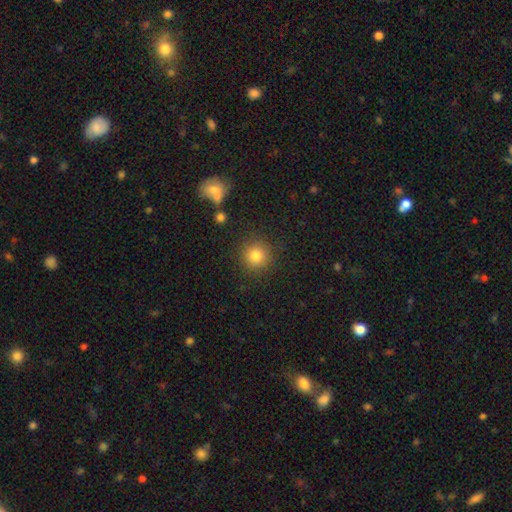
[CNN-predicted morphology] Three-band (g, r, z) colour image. It shows a smooth galaxy with no disk features (81%) that is round (93%). Merging: none (88%).